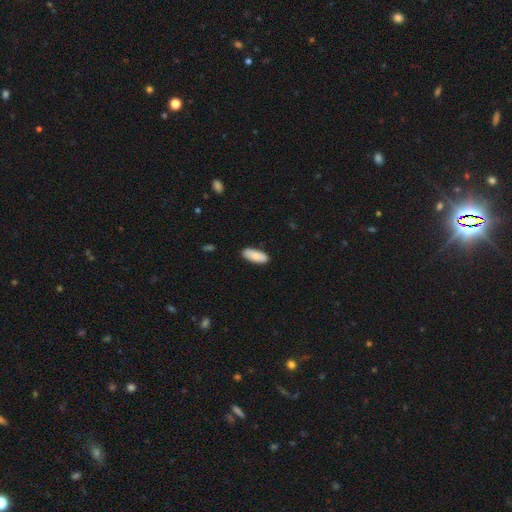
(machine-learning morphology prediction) A smooth galaxy with no disk features (85%) that is in between round and cigar-shaped (80%).

Vote fractions:
- Smooth or featured? smooth: 85% / featured or disk: 9% / star or artifact: 6%
- How rounded? in between: 80% / cigar-shaped: 19% / round: 2%
- Merging? none: 86% / minor disturbance: 11% / major disturbance: 2% / merger: 1%